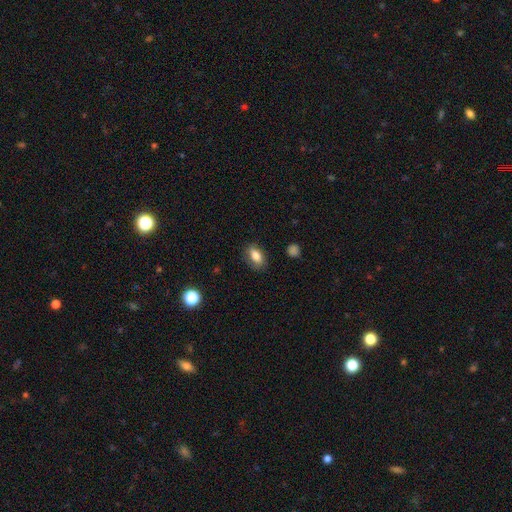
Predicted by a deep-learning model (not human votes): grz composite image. It shows a smooth galaxy with no disk features (81%) that is in between round and cigar-shaped (87%). Merging: none (80%).